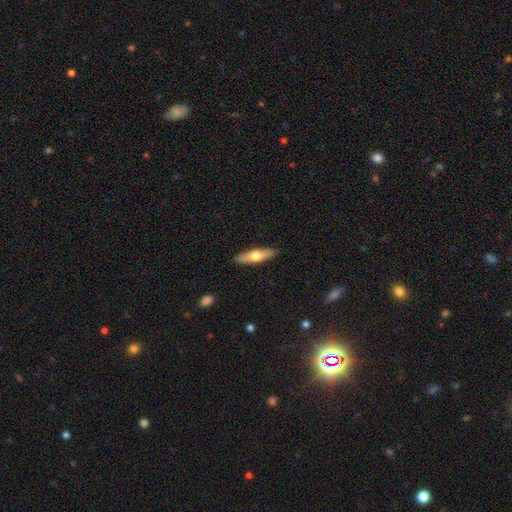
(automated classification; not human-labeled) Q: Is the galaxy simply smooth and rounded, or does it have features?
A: smooth — 60%.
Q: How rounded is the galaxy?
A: cigar-shaped — 71%.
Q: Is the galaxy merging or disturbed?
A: none — 90%.